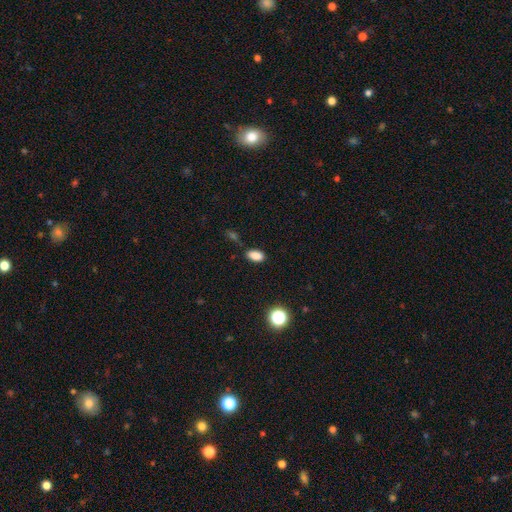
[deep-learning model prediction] Smooth or featured? Predicted: smooth (p=0.85). How rounded? Predicted: in between (p=0.90). Merging? Predicted: none (p=0.76).